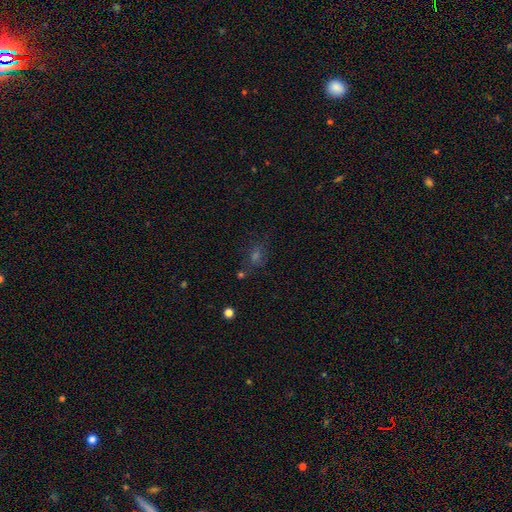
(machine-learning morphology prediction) A smooth galaxy with no disk features (43%). Merging: none (70%).